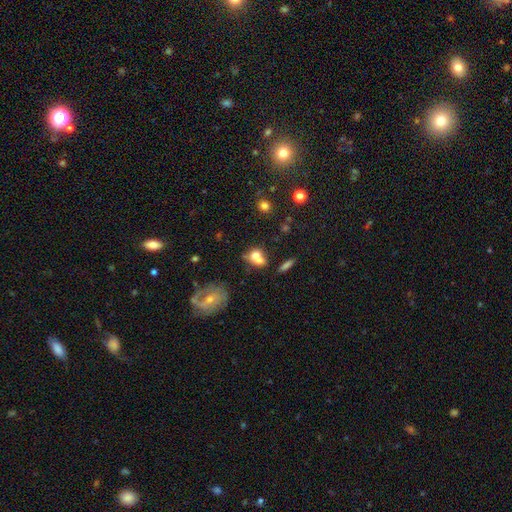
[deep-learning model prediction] Smooth or featured: smooth — 66% (featured or disk — 23%)
How rounded: round — 49% (in between — 48%)
Merging: merger — 56% (none — 27%)